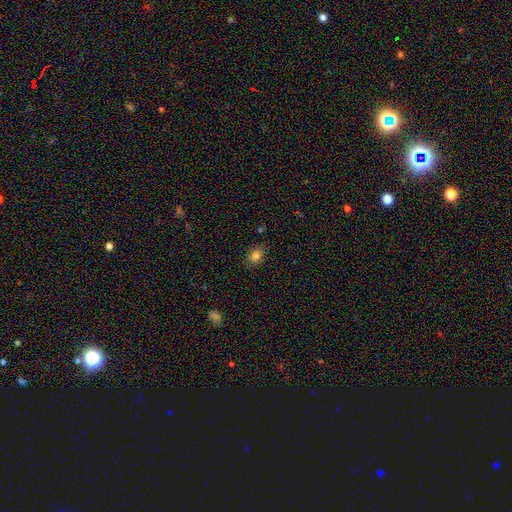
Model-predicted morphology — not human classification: type=smooth (81%); roundness=in between (59%); merging=none (82%).